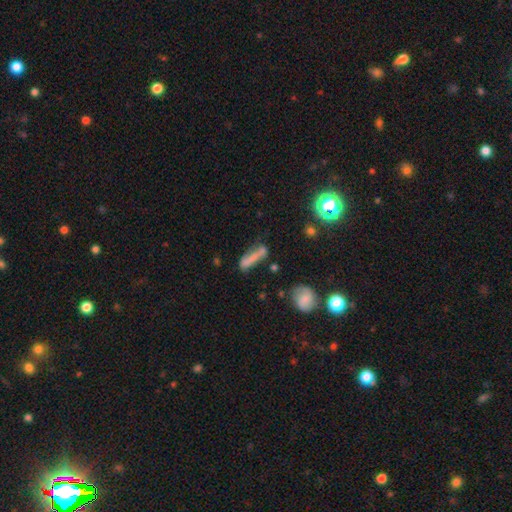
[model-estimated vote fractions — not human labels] Smooth or featured: smooth — 64% (featured or disk — 25%)
How rounded: cigar-shaped — 73% (in between — 23%)
Merging: none — 45% (minor disturbance — 27%)